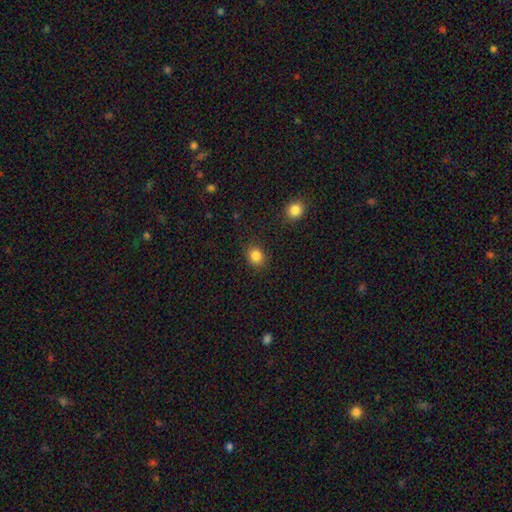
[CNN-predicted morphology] A smooth galaxy with no disk features (85%) that is round (75%). Merging: none (88%).